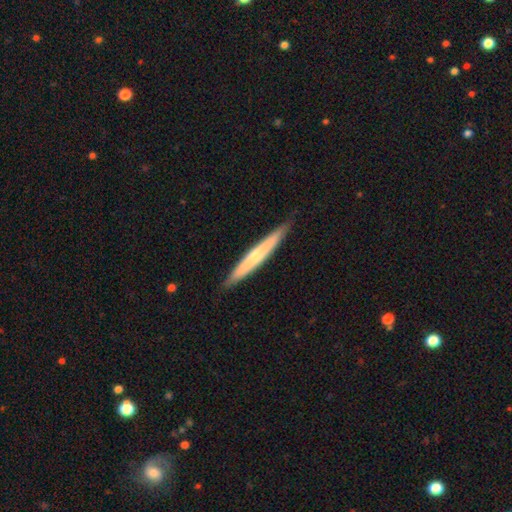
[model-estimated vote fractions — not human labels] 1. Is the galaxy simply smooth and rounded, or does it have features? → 53% featured or disk, 41% smooth, 6% star or artifact.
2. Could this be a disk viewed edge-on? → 95% yes, 5% no.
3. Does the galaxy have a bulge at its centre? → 56% rounded, 38% none, 5% boxy.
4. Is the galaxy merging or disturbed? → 90% none, 7% minor disturbance, 1% major disturbance, 1% merger.